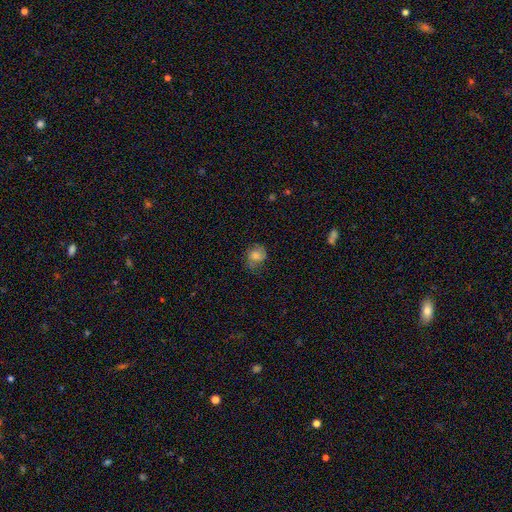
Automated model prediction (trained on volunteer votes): smooth-or-featured: smooth: 59% | featured or disk: 31% | star or artifact: 11%
  how-rounded: round: 65% | in between: 34% | cigar-shaped: 1%
  merging: none: 60% | minor disturbance: 26% | major disturbance: 13% | merger: 2%